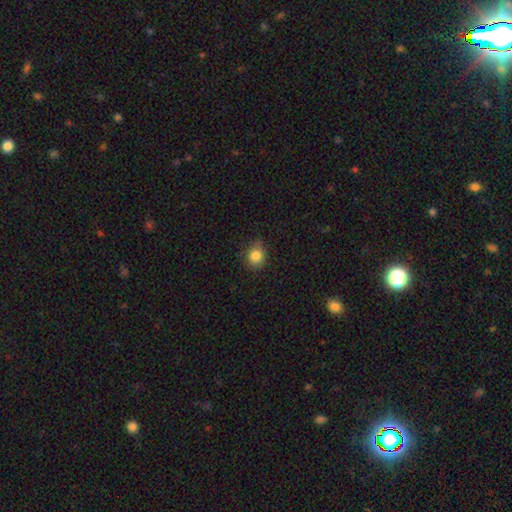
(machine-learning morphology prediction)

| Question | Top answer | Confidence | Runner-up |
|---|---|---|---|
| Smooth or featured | smooth | 84% | star or artifact (11%) |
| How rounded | round | 72% | in between (27%) |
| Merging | none | 76% | minor disturbance (20%) |